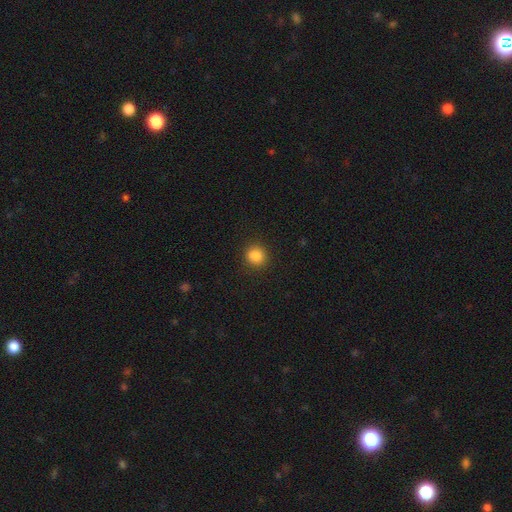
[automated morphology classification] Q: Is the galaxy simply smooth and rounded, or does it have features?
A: smooth — 86%.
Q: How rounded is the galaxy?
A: round — 88%.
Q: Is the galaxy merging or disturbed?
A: none — 89%.